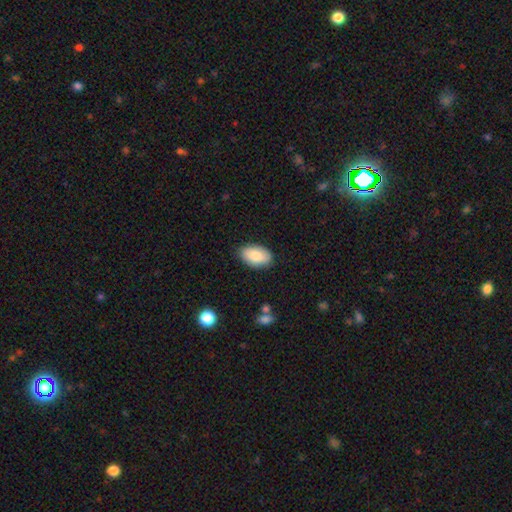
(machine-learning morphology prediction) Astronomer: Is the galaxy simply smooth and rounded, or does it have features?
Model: smooth — 85%.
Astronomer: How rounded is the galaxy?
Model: in between — 94%.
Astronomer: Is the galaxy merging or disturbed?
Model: none — 86%.